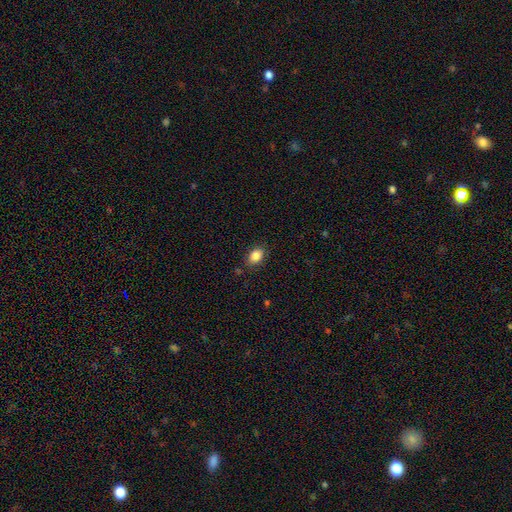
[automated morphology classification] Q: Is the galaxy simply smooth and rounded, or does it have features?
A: smooth — 86%.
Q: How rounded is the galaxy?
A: in between — 80%.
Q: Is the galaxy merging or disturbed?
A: none — 83%.